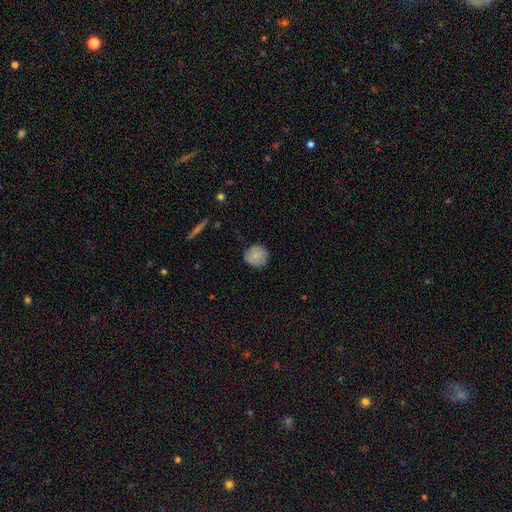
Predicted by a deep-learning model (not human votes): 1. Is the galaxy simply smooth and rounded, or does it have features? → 76% smooth, 17% featured or disk, 7% star or artifact.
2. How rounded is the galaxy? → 88% round, 11% in between, 1% cigar-shaped.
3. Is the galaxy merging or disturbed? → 81% none, 15% minor disturbance, 3% major disturbance, 1% merger.